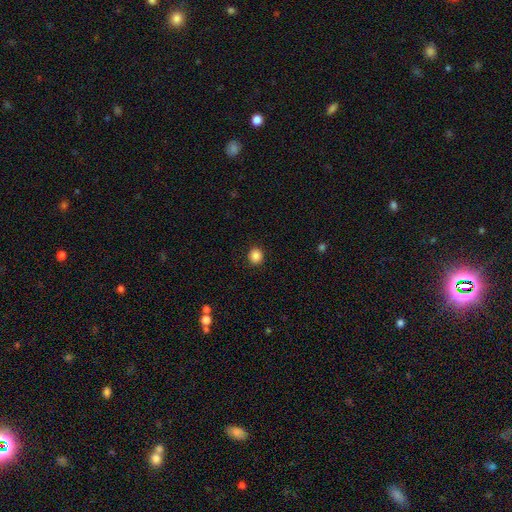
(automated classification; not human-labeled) A smooth galaxy with no disk features (86%) that is round (87%). Merging: none (92%).